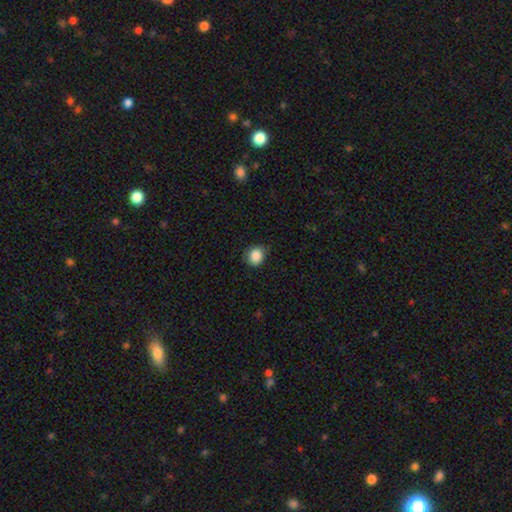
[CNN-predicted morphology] Smooth or featured: smooth — 87% (star or artifact — 9%)
How rounded: round — 72% (in between — 27%)
Merging: none — 75% (minor disturbance — 20%)